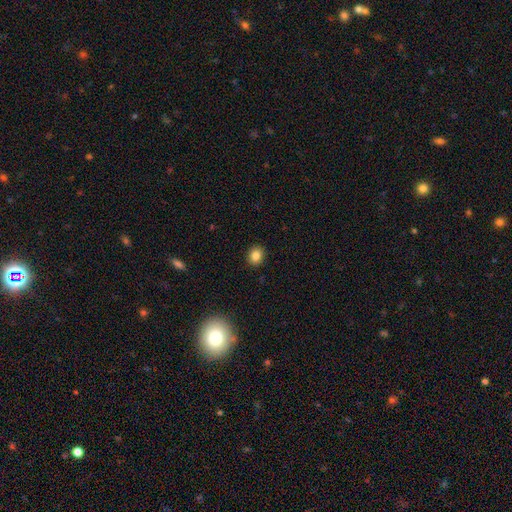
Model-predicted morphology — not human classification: The model was most divided on "how rounded": round: 63%, in between: 36%, cigar-shaped: 1%. More confident: merging — none (90%); smooth or featured — smooth (85%).